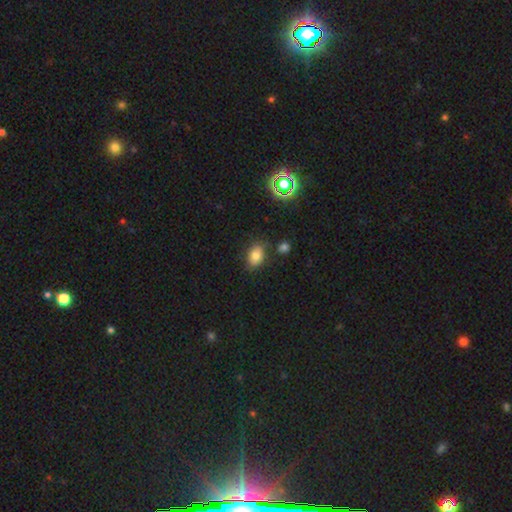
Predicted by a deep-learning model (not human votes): Smooth or featured? smooth (80%)
How rounded? in between (81%)
Merging? none (78%)